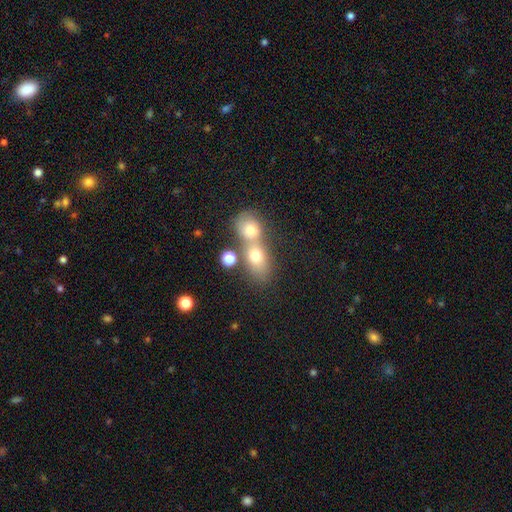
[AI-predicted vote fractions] A smooth galaxy with no disk features (67%) that is in between round and cigar-shaped (56%). Merging: merger (62%).